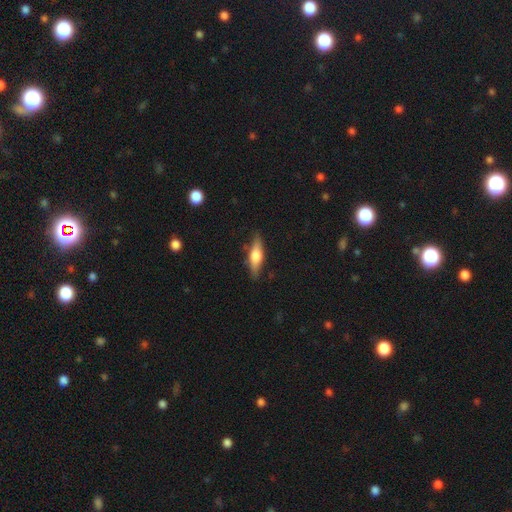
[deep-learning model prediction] smooth_or_featured: smooth (p=0.50) [alt: featured or disk p=0.44]
merging: none (p=0.83) [alt: minor disturbance p=0.13]